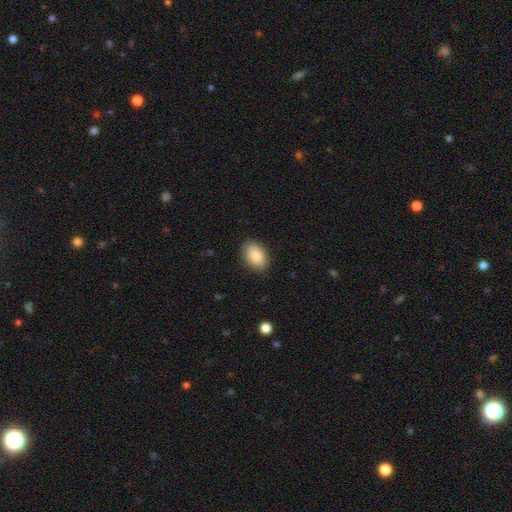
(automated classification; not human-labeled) A smooth galaxy with no disk features (89%) that is in between round and cigar-shaped (90%). Merging: none (87%).